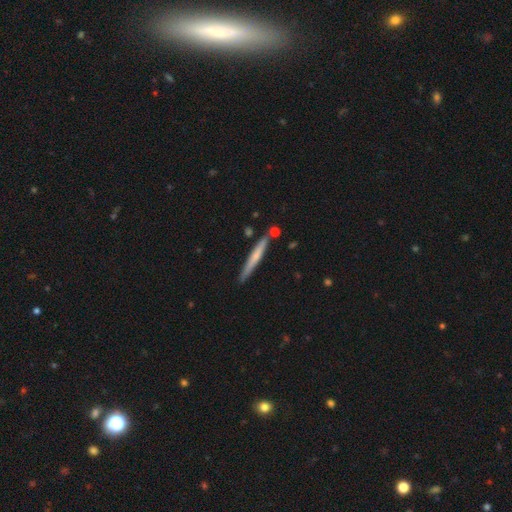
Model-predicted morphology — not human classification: This appears to be a smooth galaxy with no disk features (51%) that is cigar-shaped (96%). Merging: none (83%).